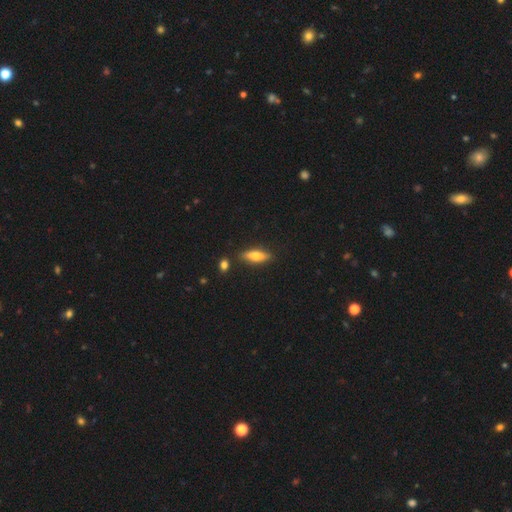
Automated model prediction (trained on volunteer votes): Q: Smooth or featured?
A: smooth (69%); runner-up: featured or disk (25%)
Q: How rounded?
A: in between (50%); runner-up: cigar-shaped (48%)
Q: Merging?
A: none (82%); runner-up: minor disturbance (12%)